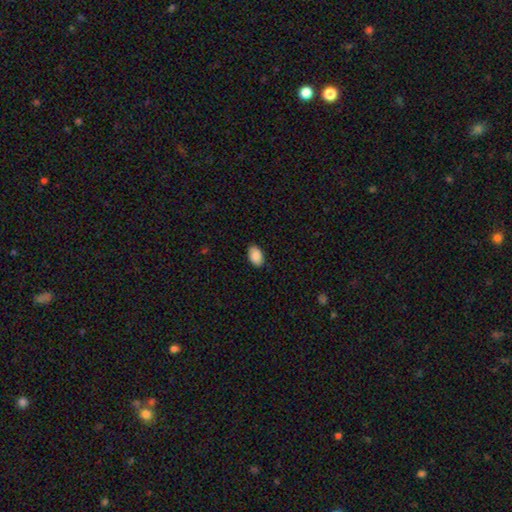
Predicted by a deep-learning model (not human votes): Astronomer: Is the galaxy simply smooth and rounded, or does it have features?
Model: smooth — 89%.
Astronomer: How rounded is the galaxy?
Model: in between — 92%.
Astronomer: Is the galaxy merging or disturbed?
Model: none — 87%.